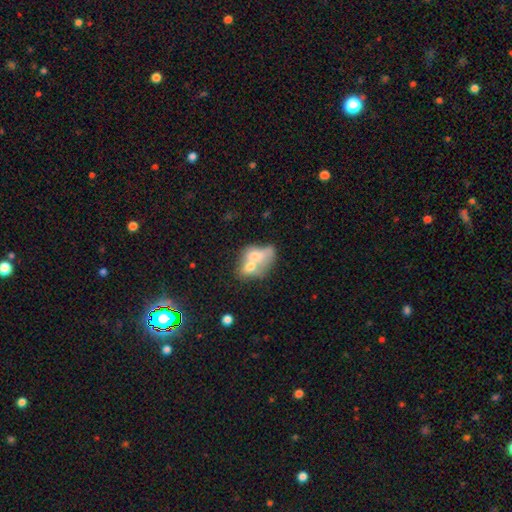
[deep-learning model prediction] This appears to be a smooth galaxy with no disk features (62%) that is in between round and cigar-shaped (73%). Merging: merger (73%).